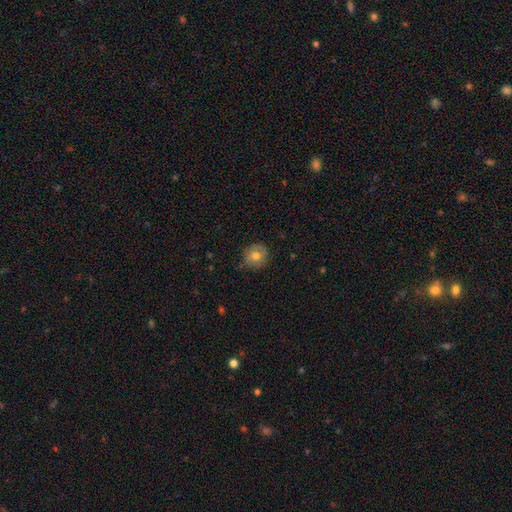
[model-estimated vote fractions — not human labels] Smooth or featured? smooth (76%)
How rounded? round (89%)
Merging? none (83%)